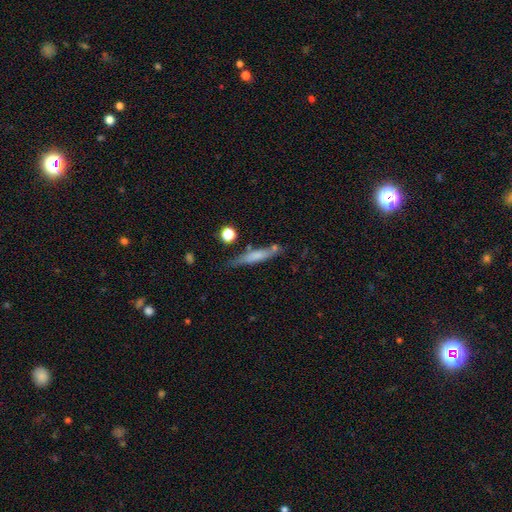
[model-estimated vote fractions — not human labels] A smooth galaxy with no disk features (60%) that is cigar-shaped (89%). Merging: none (70%).